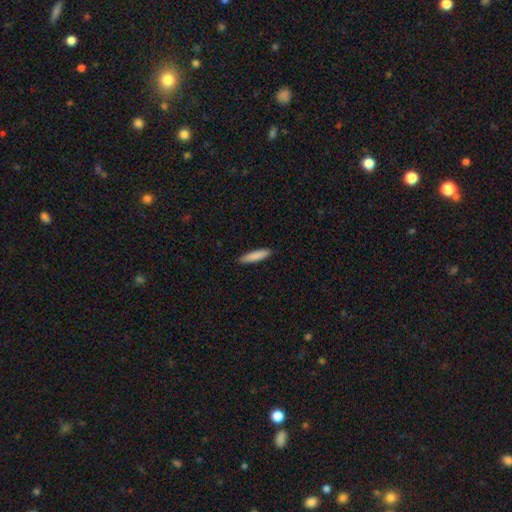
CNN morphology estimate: smooth_or_featured: smooth (p=0.87) [alt: featured or disk p=0.07]
how_rounded: cigar-shaped (p=0.82) [alt: in between p=0.17]
merging: none (p=0.91) [alt: minor disturbance p=0.07]